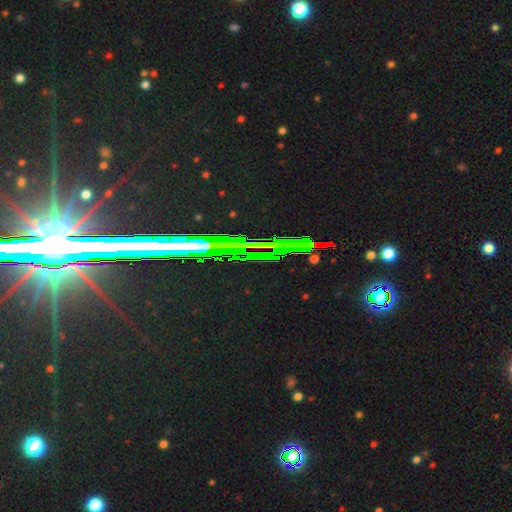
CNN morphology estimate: star or artifact 74%, featured or disk 15%, smooth 11%.